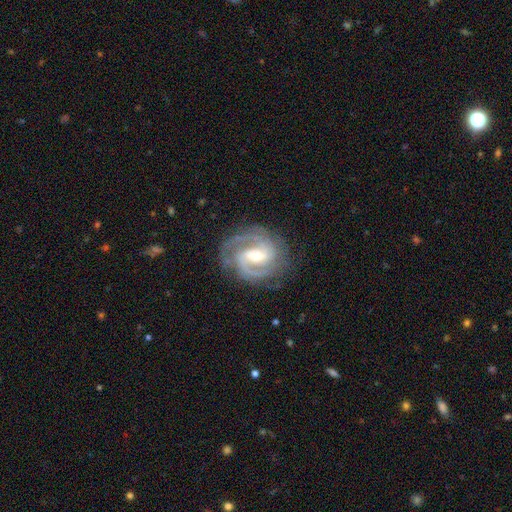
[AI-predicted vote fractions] Smooth or featured? Predicted: featured or disk (p=0.91). Edge-on disk? Predicted: no (p=0.97). Bar? Predicted: weak (p=0.48). Spiral arms? Predicted: yes (p=0.98). Spiral winding? Predicted: tight (p=0.51). Spiral arm count? Predicted: 2 (p=0.64). Bulge size? Predicted: moderate (p=0.55). Merging? Predicted: none (p=0.79).